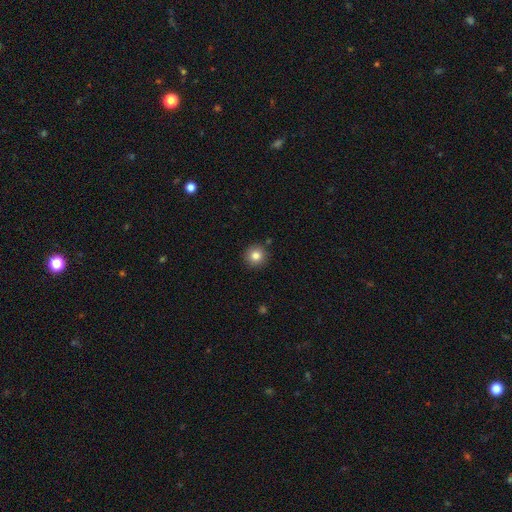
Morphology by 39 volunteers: Smooth or featured?
  - smooth: 87% *
  - featured or disk: 10%
  - star or artifact: 3%
How rounded?
  - round: 97% *
  - cigar-shaped: 3%
  - in between: 0%
Merging?
  - none: 87% *
  - minor disturbance: 8%
  - merger: 5%
  - major disturbance: 0%